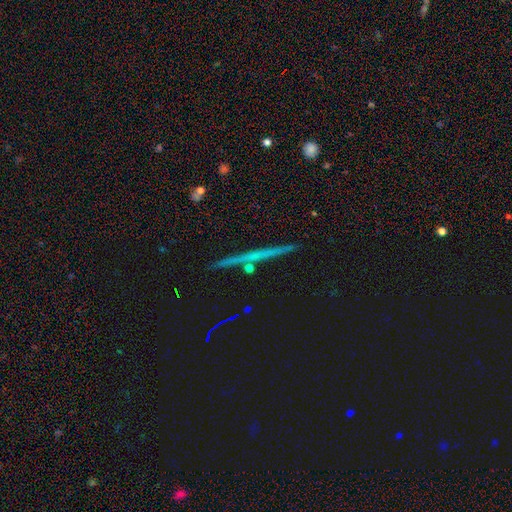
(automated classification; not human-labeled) A featured or disk galaxy (51%) viewed edge-on (96%). Merging: none (91%).